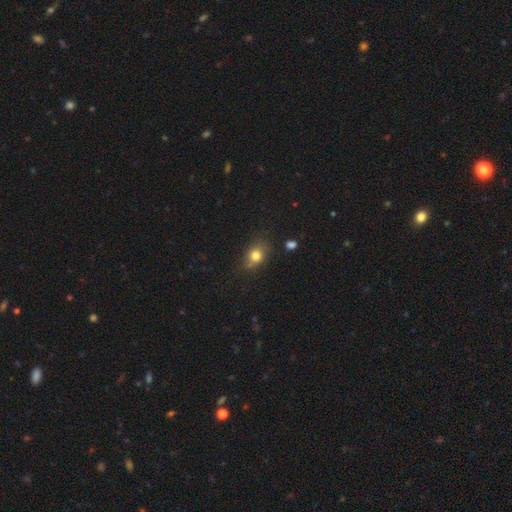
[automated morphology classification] Smooth or featured? Predicted: smooth (p=0.78). How rounded? Predicted: in between (p=0.52). Merging? Predicted: none (p=0.71).